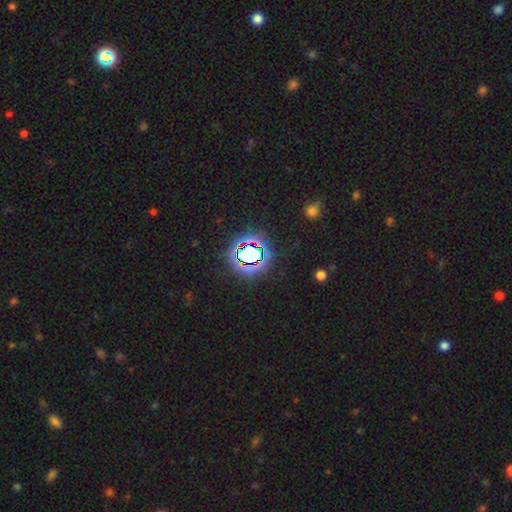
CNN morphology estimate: The model was most divided on "smooth or featured": star or artifact: 75%, smooth: 16%, featured or disk: 9%.